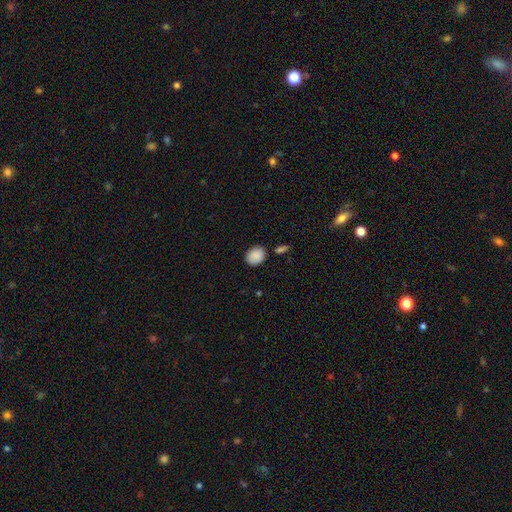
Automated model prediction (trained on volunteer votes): Smooth or featured: smooth — 89% (star or artifact — 8%)
How rounded: round — 52% (in between — 47%)
Merging: none — 80% (minor disturbance — 12%)